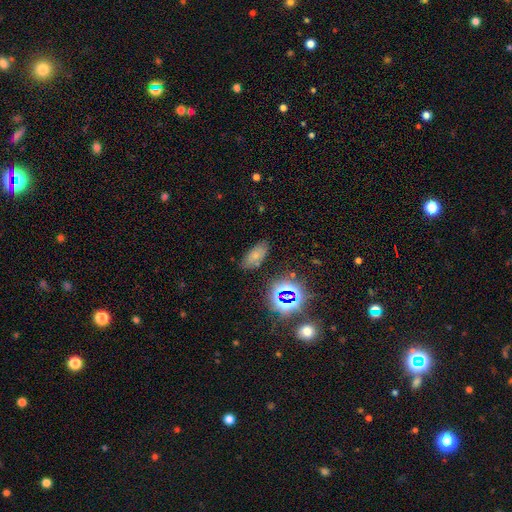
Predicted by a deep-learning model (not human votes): Overall: smooth (59%; star or artifact 25%). How rounded: in between (87%). Merging: none (78%).